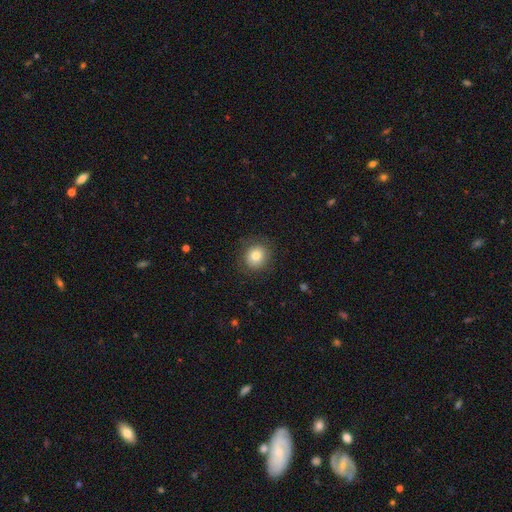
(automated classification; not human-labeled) Smooth or featured?
  - smooth: 79% *
  - featured or disk: 11%
  - star or artifact: 10%
How rounded?
  - round: 81% *
  - in between: 18%
  - cigar-shaped: 1%
Merging?
  - none: 85% *
  - minor disturbance: 10%
  - major disturbance: 4%
  - merger: 1%